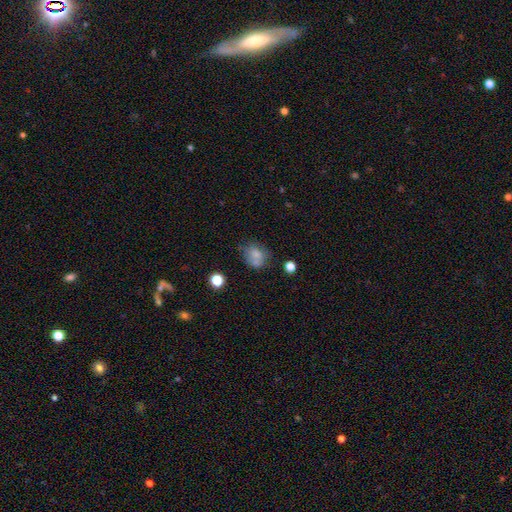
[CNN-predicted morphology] A smooth galaxy with no disk features (70%) that is round (53%). Merging: none (45%).